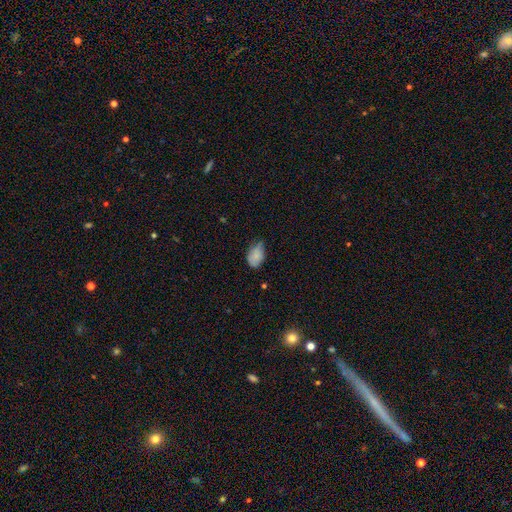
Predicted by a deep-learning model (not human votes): A smooth galaxy with no disk features (80%) that is in between round and cigar-shaped (87%).

Vote fractions:
- Smooth or featured? smooth: 80% / featured or disk: 12% / star or artifact: 9%
- How rounded? in between: 87% / round: 11% / cigar-shaped: 2%
- Merging? minor disturbance: 48% / none: 38% / major disturbance: 12% / merger: 2%